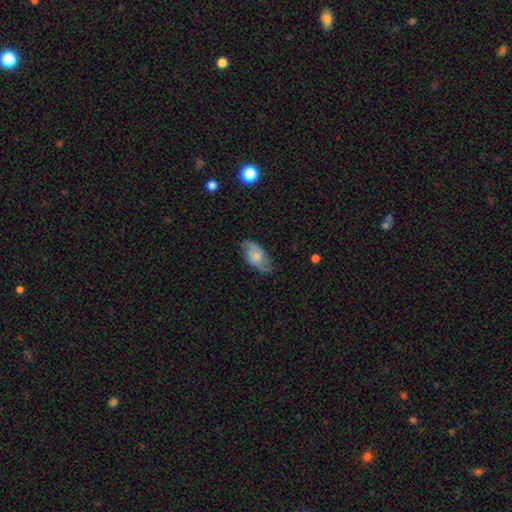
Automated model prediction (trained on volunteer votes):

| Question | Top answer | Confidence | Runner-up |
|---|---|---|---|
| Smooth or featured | featured or disk | 51% | smooth (42%) |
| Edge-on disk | no | 92% | yes (8%) |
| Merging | none | 73% | minor disturbance (20%) |